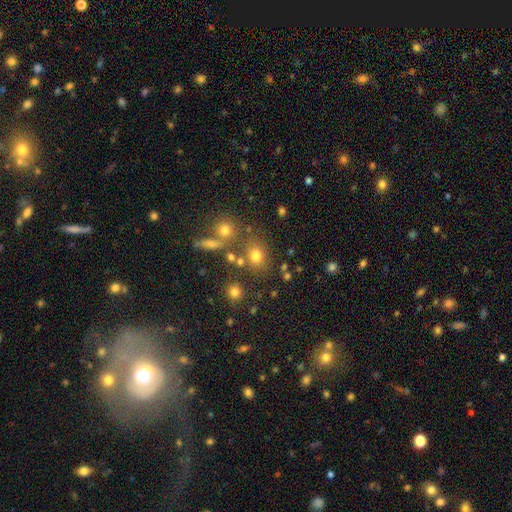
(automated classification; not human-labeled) Smooth or featured? smooth (69%)
How rounded? round (55%)
Merging? none (66%)